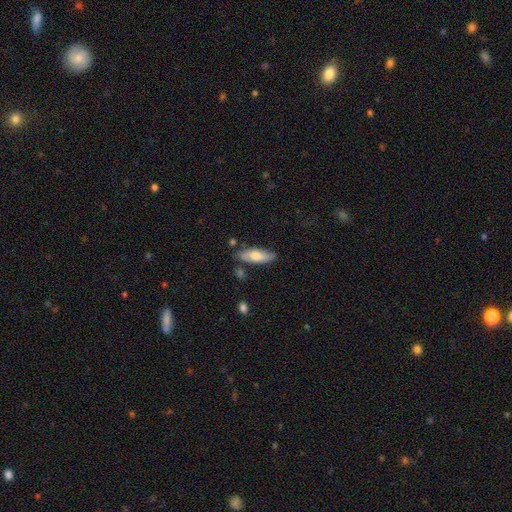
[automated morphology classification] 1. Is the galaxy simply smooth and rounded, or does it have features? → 67% smooth, 27% featured or disk, 6% star or artifact.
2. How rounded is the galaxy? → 68% in between, 30% cigar-shaped, 2% round.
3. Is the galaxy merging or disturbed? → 76% none, 16% minor disturbance, 5% merger, 3% major disturbance.